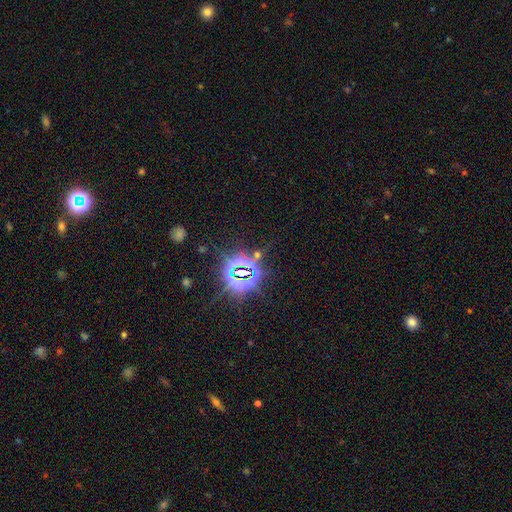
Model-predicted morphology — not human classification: Smooth or featured? Predicted: star or artifact (p=0.84).